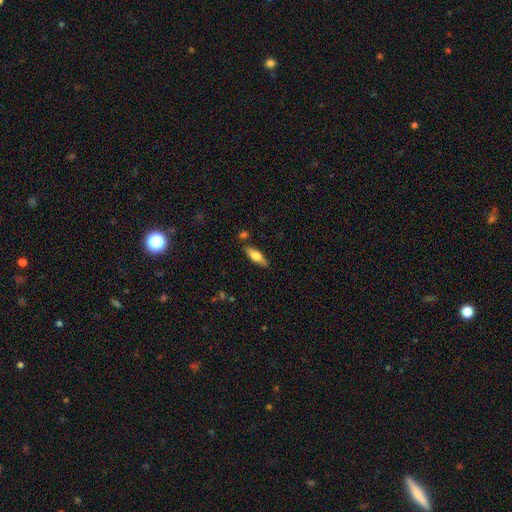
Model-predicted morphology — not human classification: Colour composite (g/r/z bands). It shows a smooth galaxy with no disk features (61%) that is in between round and cigar-shaped (53%). Merging: none (82%).